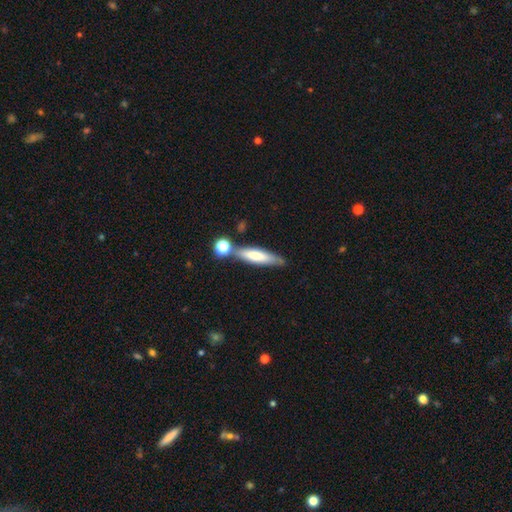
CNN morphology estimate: A smooth galaxy with no disk features (65%) that is cigar-shaped (74%).

Vote fractions:
- Smooth or featured? smooth: 65% / featured or disk: 28% / star or artifact: 7%
- How rounded? cigar-shaped: 74% / in between: 24% / round: 2%
- Merging? none: 65% / merger: 16% / minor disturbance: 15% / major disturbance: 4%